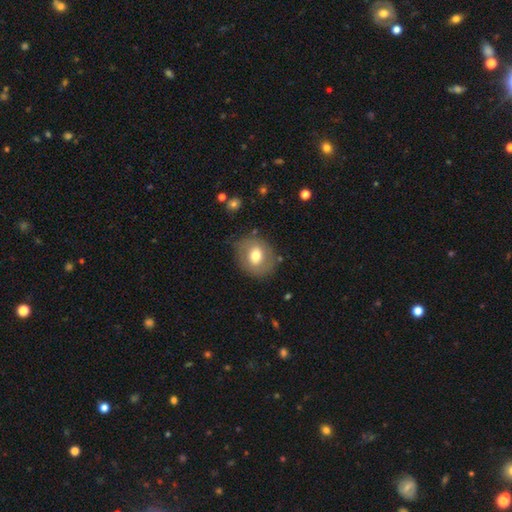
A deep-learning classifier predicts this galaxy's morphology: smooth_or_featured: smooth (p=0.65) [alt: featured or disk p=0.27]
how_rounded: round (p=0.65) [alt: in between p=0.34]
merging: none (p=0.79) [alt: minor disturbance p=0.14]